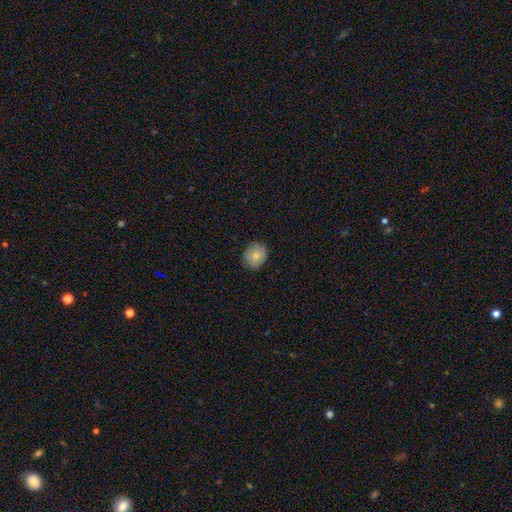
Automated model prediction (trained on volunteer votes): Smooth or featured?
  - smooth: 79% *
  - featured or disk: 13%
  - star or artifact: 8%
How rounded?
  - round: 69% *
  - in between: 30%
  - cigar-shaped: 1%
Merging?
  - none: 82% *
  - minor disturbance: 14%
  - major disturbance: 3%
  - merger: 1%